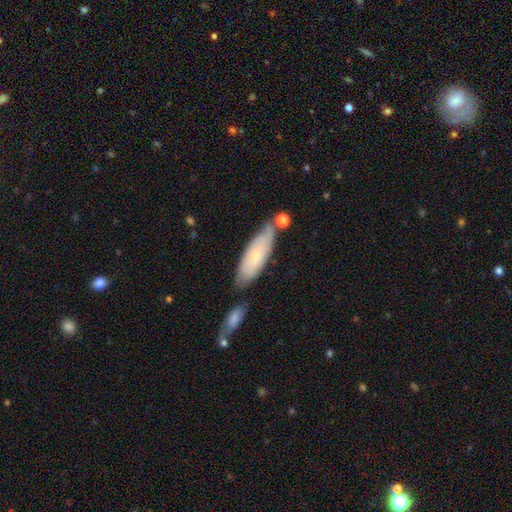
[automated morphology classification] Overall: smooth (64%; featured or disk 30%). How rounded: in between (54%; cigar-shaped 44%). Merging: none (60%; minor disturbance 21%).